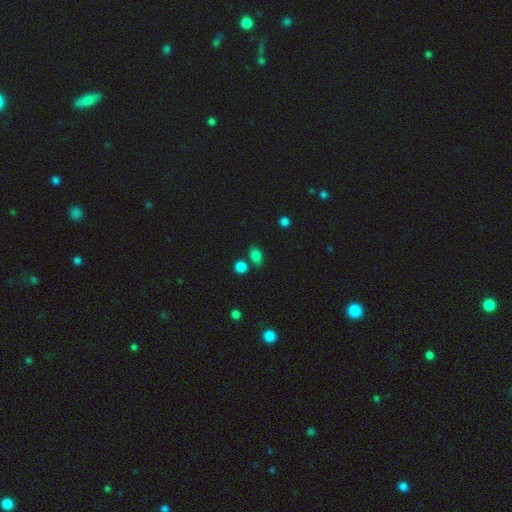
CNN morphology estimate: Q: Smooth or featured?
A: smooth (82%); runner-up: star or artifact (13%)
Q: How rounded?
A: in between (73%); runner-up: round (25%)
Q: Merging?
A: none (66%); runner-up: merger (15%)